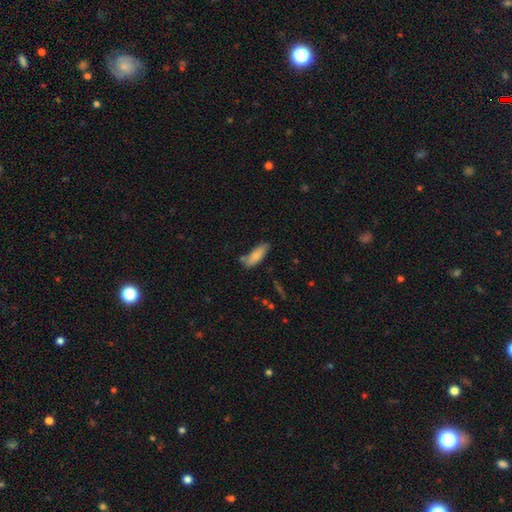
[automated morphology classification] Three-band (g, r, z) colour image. It shows a smooth galaxy with no disk features (82%) that is in between round and cigar-shaped (62%). Merging: none (67%).